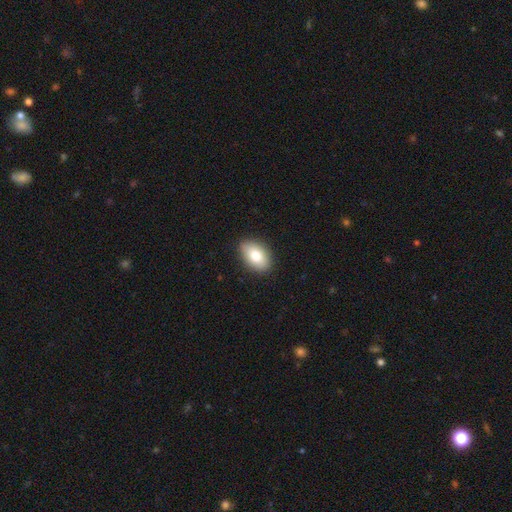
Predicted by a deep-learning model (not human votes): A smooth galaxy with no disk features (80%) that is in between round and cigar-shaped (89%). Merging: none (88%).